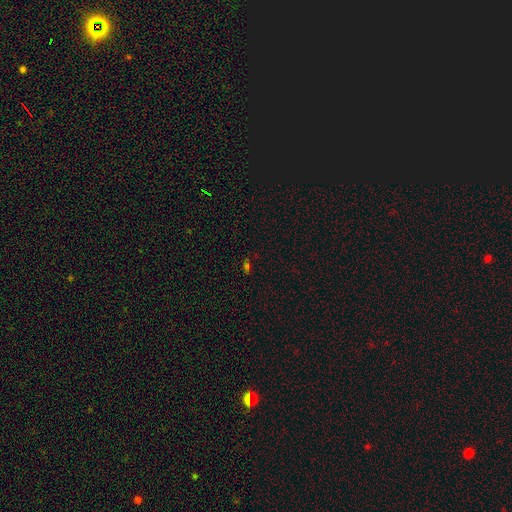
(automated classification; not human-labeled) smooth 48%, star or artifact 43%, featured or disk 9%. Down the decision tree: merging — none (74%).